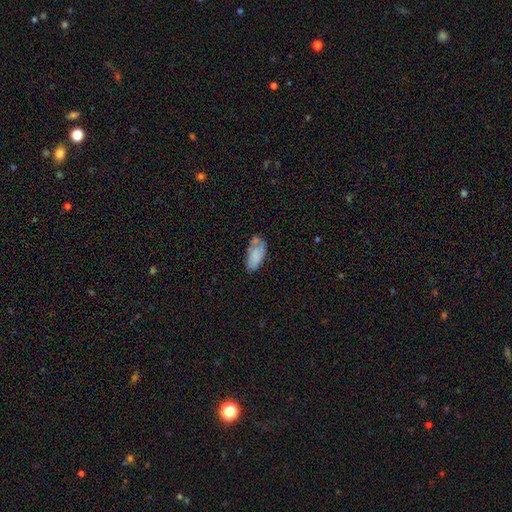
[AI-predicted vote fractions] This appears to be a smooth galaxy with no disk features (73%) that is in between round and cigar-shaped (92%). Merging: none (51%).